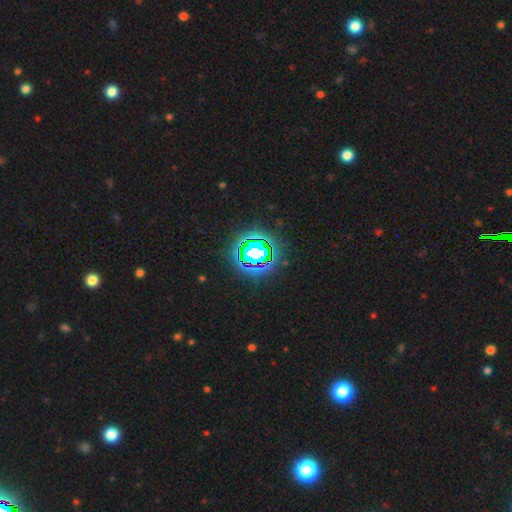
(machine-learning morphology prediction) Overall: star or artifact (83%).